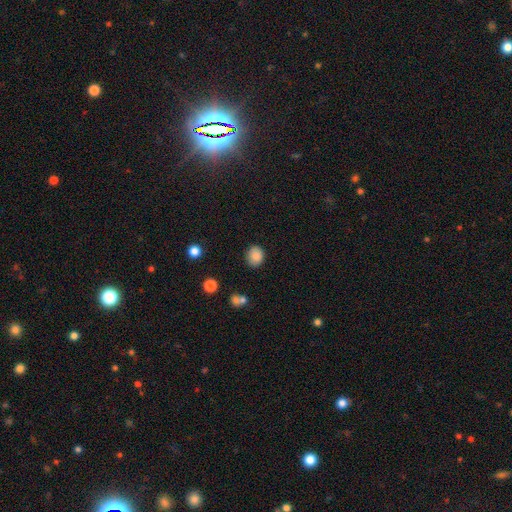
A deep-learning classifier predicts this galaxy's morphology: smooth-or-featured: smooth: 86% | star or artifact: 10% | featured or disk: 4%
  how-rounded: round: 63% | in between: 36% | cigar-shaped: 1%
  merging: none: 83% | minor disturbance: 12% | major disturbance: 3% | merger: 2%